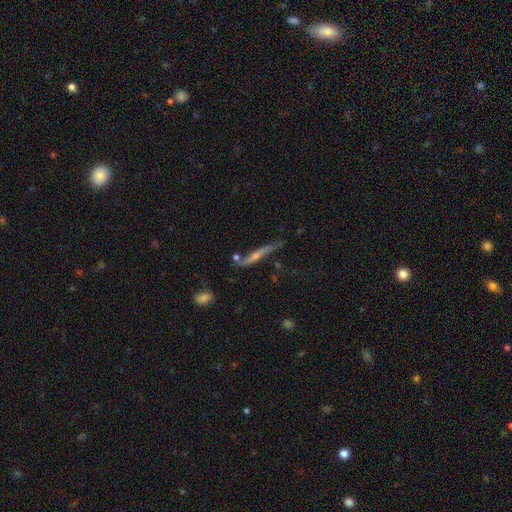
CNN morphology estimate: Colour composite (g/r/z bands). It shows a featured or disk galaxy (71%) viewed edge-on (86%) with a rounded central bulge (74%). Merging: none (62%).